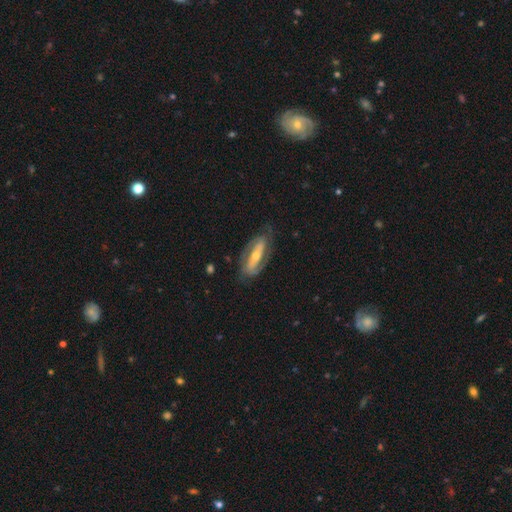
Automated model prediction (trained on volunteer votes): This is clearly a featured or disk galaxy (82%). It is clearly not viewed edge-on (89%). Bar: possibly strong (57%). Spiral arm pattern: clearly yes (89%). Spiral arm count: clearly 2 (85%). Spiral winding: marginally medium (41%). Central bulge: possibly moderate (51%). Merging: likely none (75%).